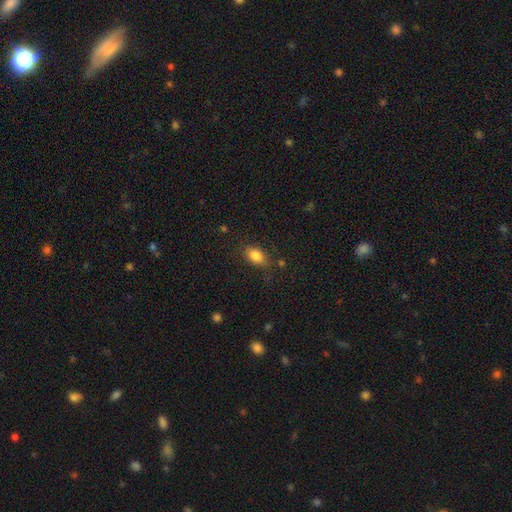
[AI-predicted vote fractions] Smooth or featured?
  - smooth: 85% *
  - star or artifact: 9%
  - featured or disk: 6%
How rounded?
  - in between: 86% *
  - round: 12%
  - cigar-shaped: 3%
Merging?
  - none: 76% *
  - minor disturbance: 16%
  - major disturbance: 5%
  - merger: 2%